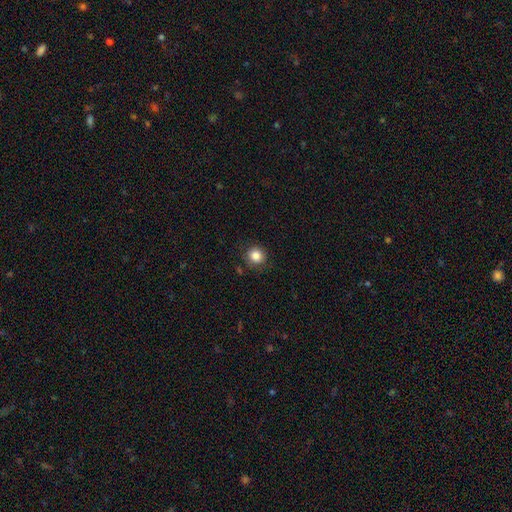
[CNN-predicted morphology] type=smooth (85%); roundness=round (89%); merging=none (86%).